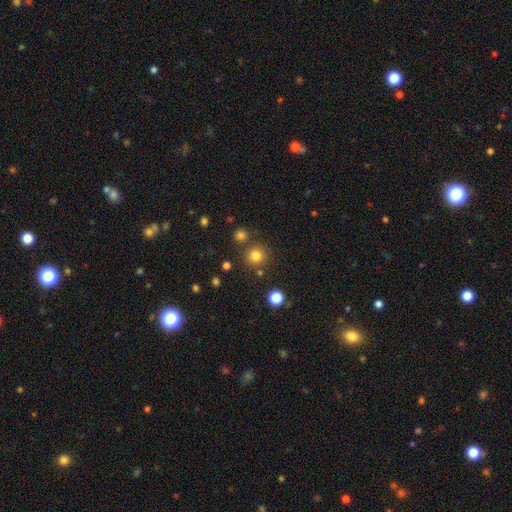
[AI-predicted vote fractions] Morphology: type=smooth (80%); roundness=round (94%); merging=none (83%).